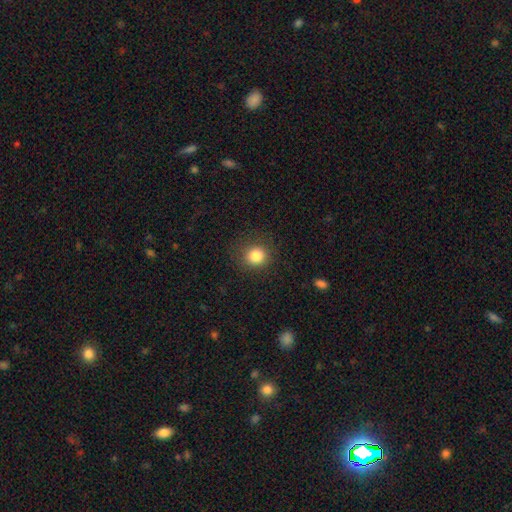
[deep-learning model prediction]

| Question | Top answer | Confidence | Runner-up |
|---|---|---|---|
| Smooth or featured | smooth | 83% | star or artifact (12%) |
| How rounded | round | 88% | in between (11%) |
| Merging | none | 87% | minor disturbance (8%) |